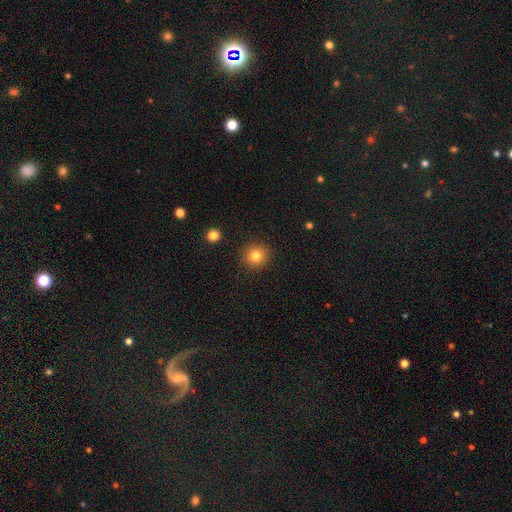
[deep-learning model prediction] smooth 81%, star or artifact 12%, featured or disk 7%. Down the decision tree: how rounded — round (93%); merging — none (91%).